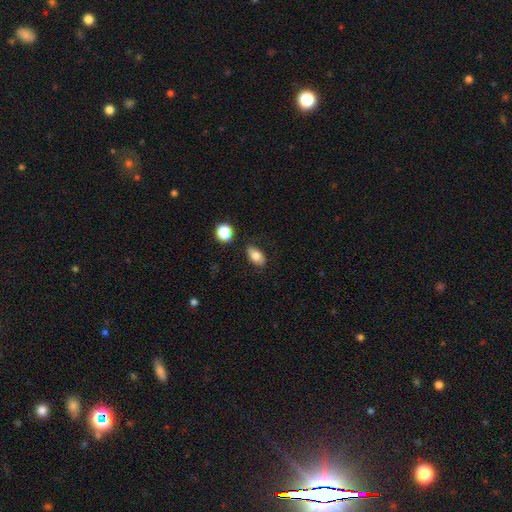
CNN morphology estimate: Smooth or featured? smooth (78%)
How rounded? in between (88%)
Merging? none (81%)